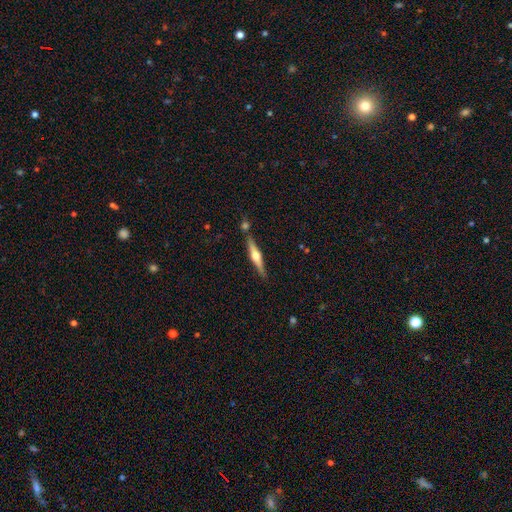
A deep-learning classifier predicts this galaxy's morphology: featured or disk 72%, smooth 22%, star or artifact 6%. Down the decision tree: edge-on disk — yes (98%); edge-on bulge — rounded (94%); merging — none (81%).